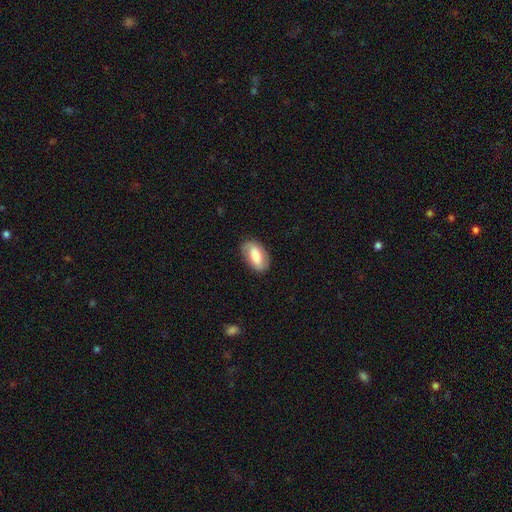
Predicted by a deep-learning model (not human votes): Q: Smooth or featured?
A: smooth (67%); runner-up: featured or disk (26%)
Q: How rounded?
A: in between (92%); runner-up: round (4%)
Q: Merging?
A: none (81%); runner-up: minor disturbance (14%)